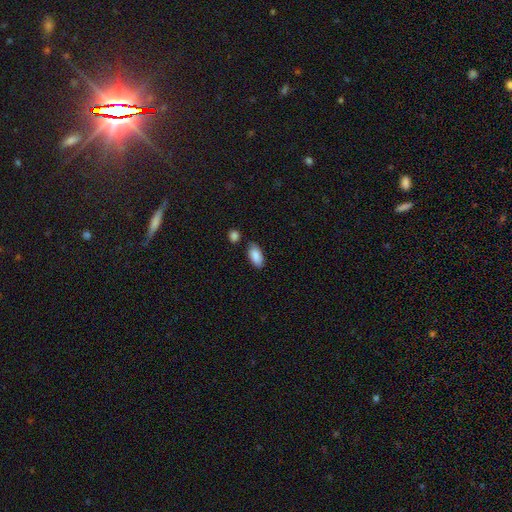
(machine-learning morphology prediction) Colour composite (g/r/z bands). It shows a smooth galaxy with no disk features (88%) that is in between round and cigar-shaped (93%). Merging: none (76%).